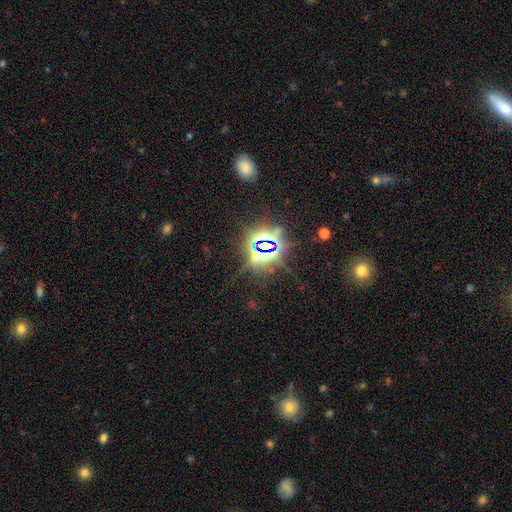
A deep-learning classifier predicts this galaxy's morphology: A star or artifact, not a galaxy (85%).